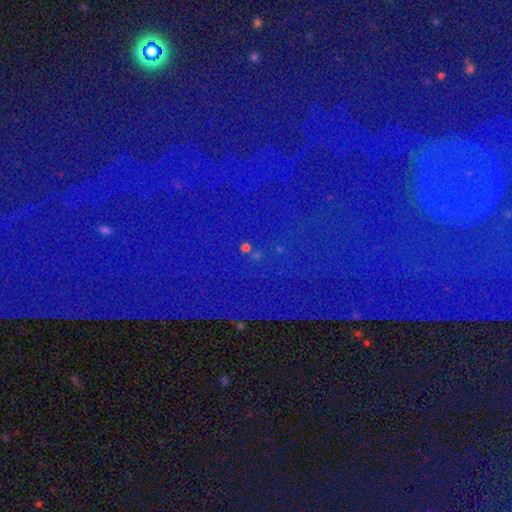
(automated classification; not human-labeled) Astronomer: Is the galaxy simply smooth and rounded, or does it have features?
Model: star or artifact — 84%.